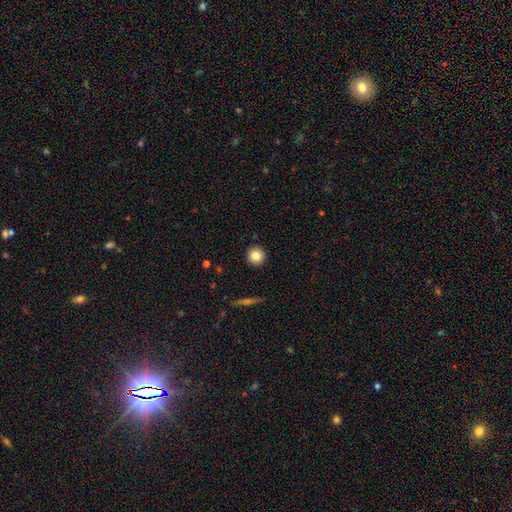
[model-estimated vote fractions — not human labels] A smooth galaxy with no disk features (83%) that is round (94%). Merging: none (92%).